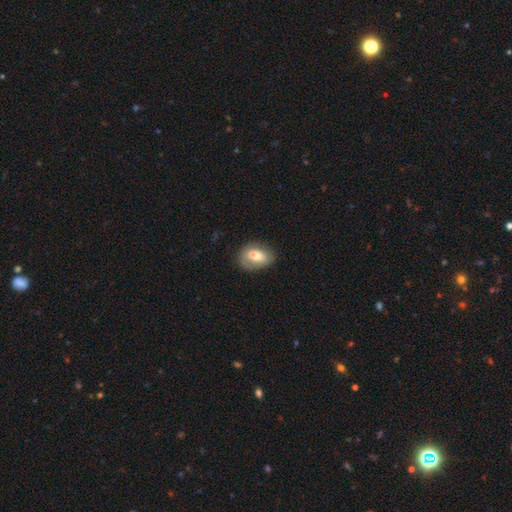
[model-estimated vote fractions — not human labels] This is likely a smooth galaxy (72%). How rounded: clearly in between (80%). Merging: likely none (70%).